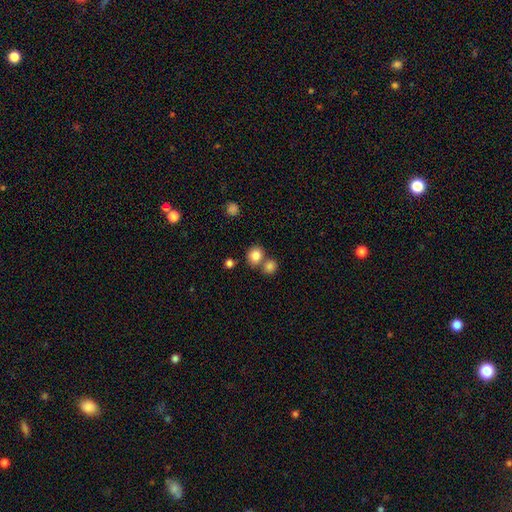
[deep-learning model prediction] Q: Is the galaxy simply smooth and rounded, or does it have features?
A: smooth — 84%.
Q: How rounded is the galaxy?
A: round — 75%.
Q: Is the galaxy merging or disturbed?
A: none — 59%.